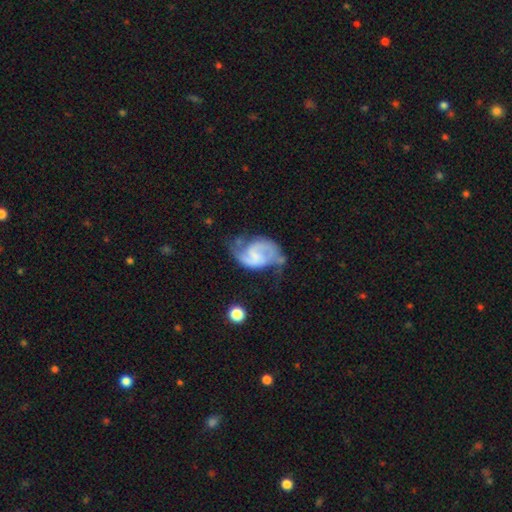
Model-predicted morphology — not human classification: A featured or disk galaxy (82%) with a weak bar (49%), 2 (88%) medium (50%) spiral arms (94%) and no central bulge (46%). Merging: none (47%).